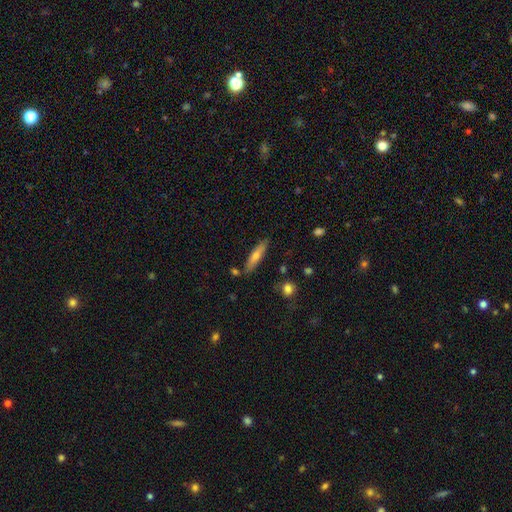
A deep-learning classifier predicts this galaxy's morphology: smooth-or-featured: smooth: 59% | featured or disk: 34% | star or artifact: 7%
  how-rounded: cigar-shaped: 81% | in between: 17% | round: 2%
  merging: none: 83% | minor disturbance: 11% | merger: 4% | major disturbance: 2%